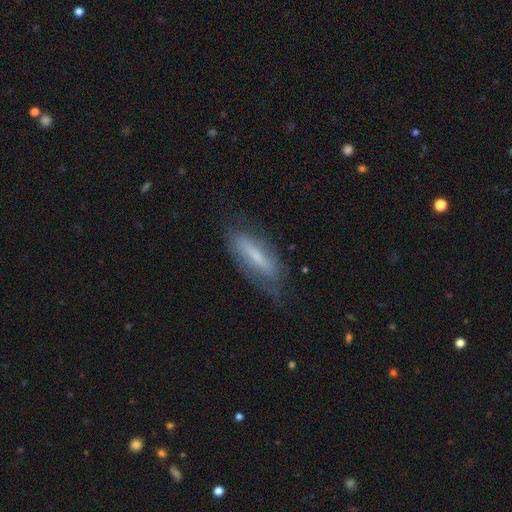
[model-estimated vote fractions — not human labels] Smooth or featured? Predicted: smooth (p=0.47). Merging? Predicted: none (p=0.65).